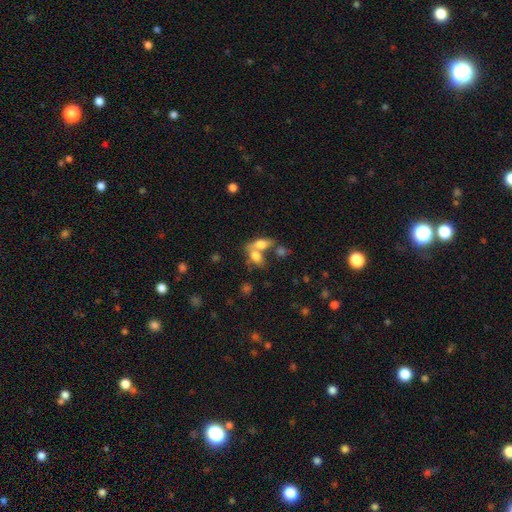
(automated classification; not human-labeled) The model was most divided on "merging": merger: 58%, none: 27%, minor disturbance: 9%, major disturbance: 6%. More confident: how rounded — in between (82%); smooth or featured — smooth (71%).